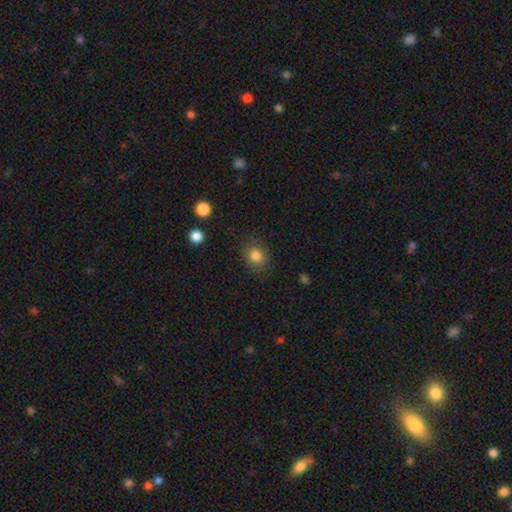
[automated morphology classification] Smooth or featured: smooth — 83% (star or artifact — 11%)
How rounded: round — 61% (in between — 38%)
Merging: none — 83% (minor disturbance — 11%)